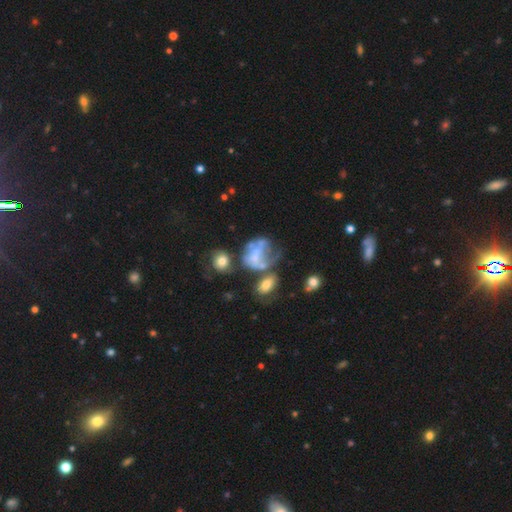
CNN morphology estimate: Smooth or featured? Predicted: featured or disk (p=0.53). Edge-on disk? Predicted: no (p=0.97). Bar? Predicted: no (p=0.80). Spiral arms? Predicted: no (p=0.75). Bulge size? Predicted: none (p=0.56). Merging? Predicted: major disturbance (p=0.38).